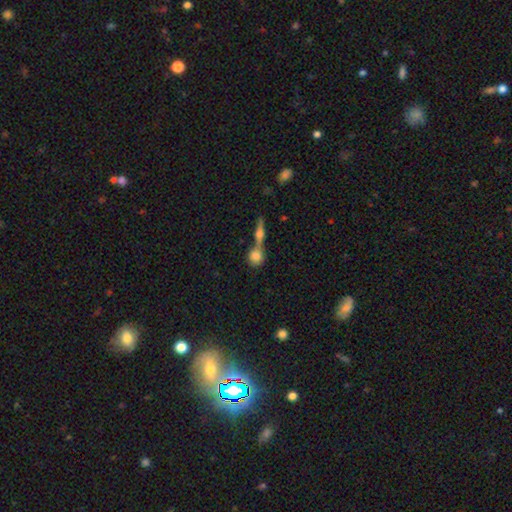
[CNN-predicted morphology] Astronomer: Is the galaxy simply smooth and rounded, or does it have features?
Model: smooth — 73%.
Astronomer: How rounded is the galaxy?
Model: round — 78%.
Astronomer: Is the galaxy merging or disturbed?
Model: merger — 45% (runner-up: none, 43%).